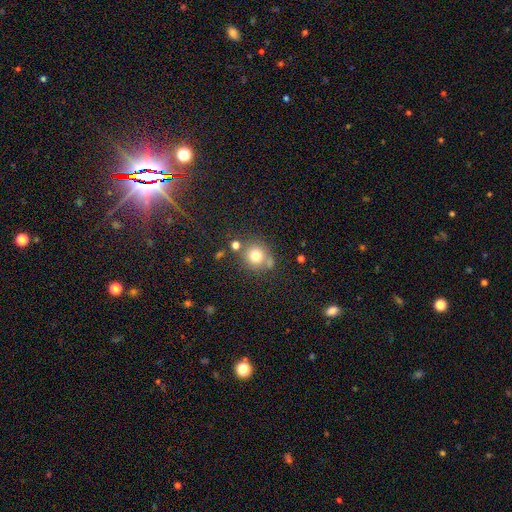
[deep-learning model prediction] Smooth or featured? smooth (76%)
How rounded? round (87%)
Merging? none (67%)